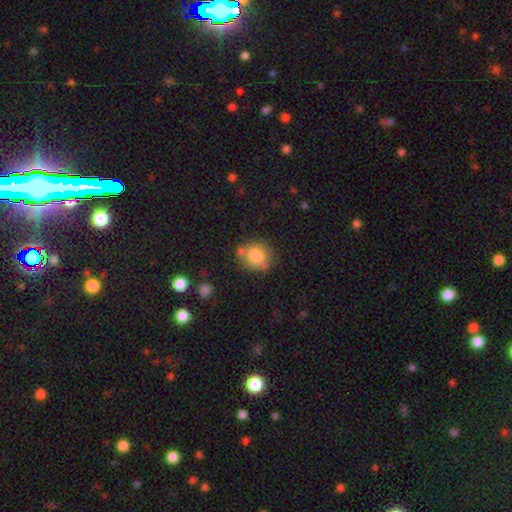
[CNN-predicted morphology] This is likely a smooth galaxy (80%). How rounded: clearly round (81%). Merging: likely none (66%).